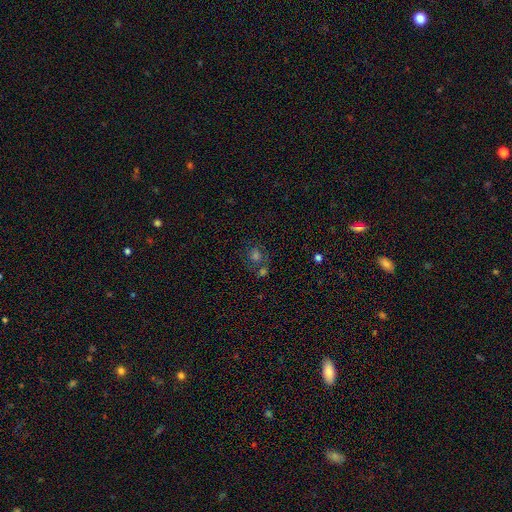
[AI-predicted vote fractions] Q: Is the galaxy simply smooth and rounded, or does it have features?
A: smooth — 45%.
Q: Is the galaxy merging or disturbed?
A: none — 61%.